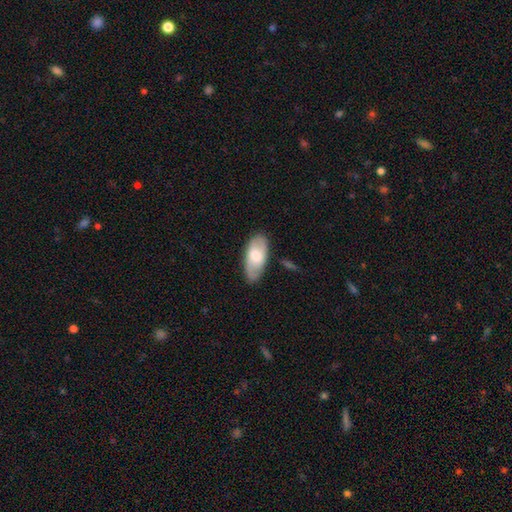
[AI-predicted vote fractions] This appears to be a smooth galaxy with no disk features (54%) that is in between round and cigar-shaped (91%). Merging: none (80%).